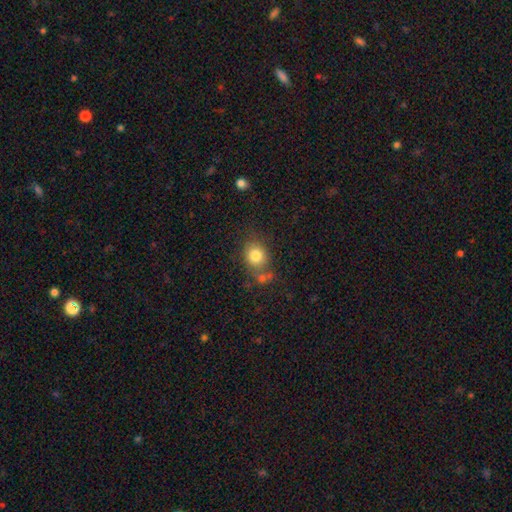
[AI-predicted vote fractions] Smooth or featured: smooth — 80% (star or artifact — 11%)
How rounded: round — 74% (in between — 25%)
Merging: none — 65% (minor disturbance — 16%)